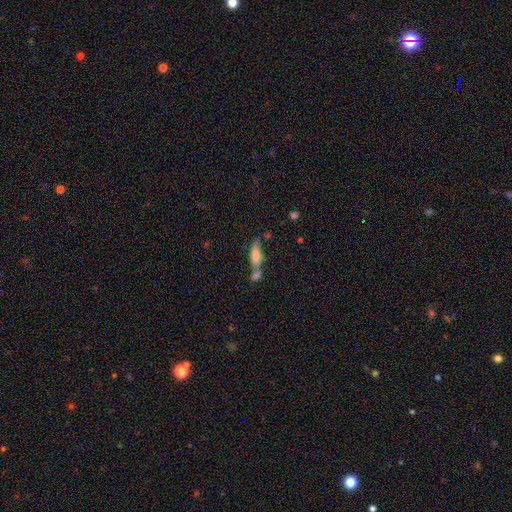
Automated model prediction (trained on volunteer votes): A smooth galaxy with no disk features (69%) that is in between round and cigar-shaped (55%). Merging: merger (44%).